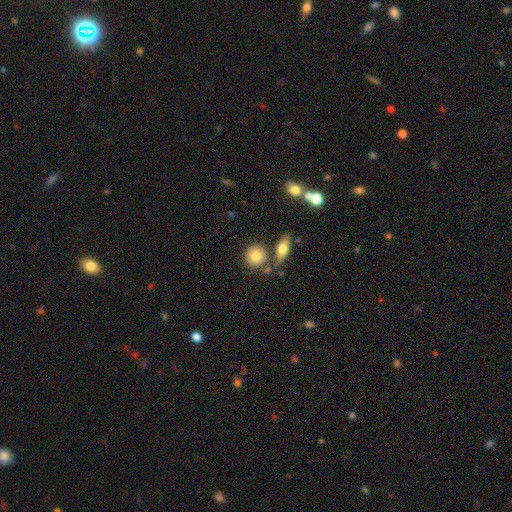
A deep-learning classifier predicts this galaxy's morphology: This is likely a smooth galaxy (80%). How rounded: clearly round (83%). Merging: likely none (69%).